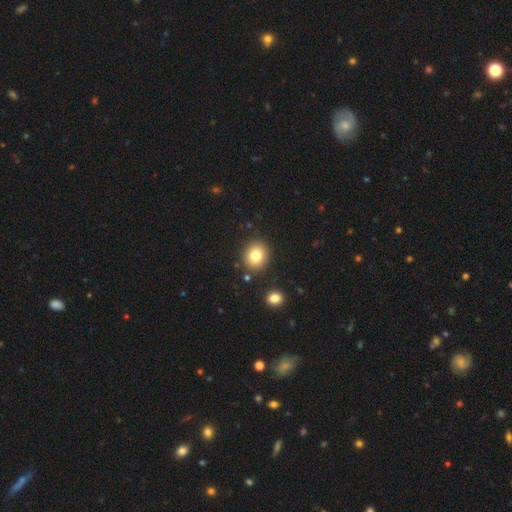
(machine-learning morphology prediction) smooth_or_featured: smooth (p=0.80) [alt: star or artifact p=0.11]
how_rounded: round (p=0.70) [alt: in between p=0.29]
merging: none (p=0.86) [alt: minor disturbance p=0.08]